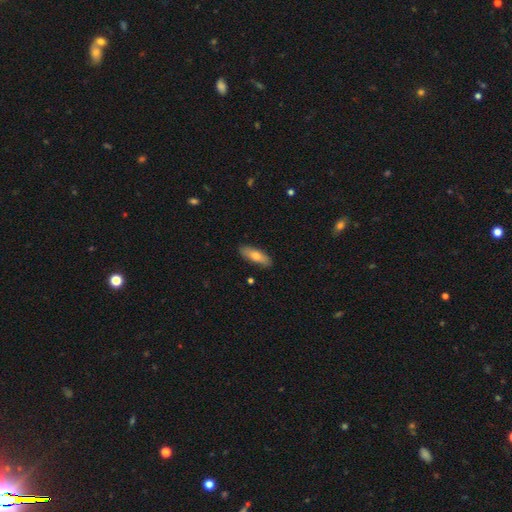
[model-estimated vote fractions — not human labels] The model was most divided on "how rounded": in between: 56%, cigar-shaped: 42%, round: 2%. More confident: merging — none (88%); smooth or featured — smooth (71%).